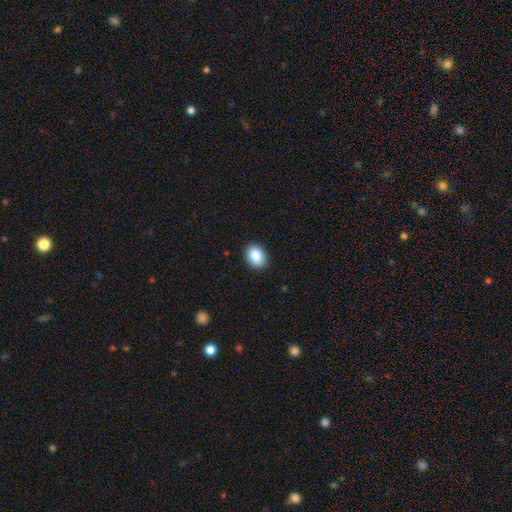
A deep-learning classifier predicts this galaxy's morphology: type=smooth (88%); roundness=in between (73%); merging=none (89%).